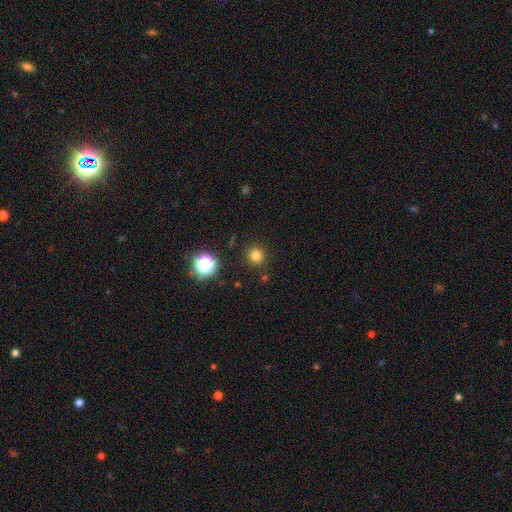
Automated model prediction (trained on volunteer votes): Smooth or featured? Predicted: smooth (p=0.77). How rounded? Predicted: round (p=0.94). Merging? Predicted: none (p=0.90).